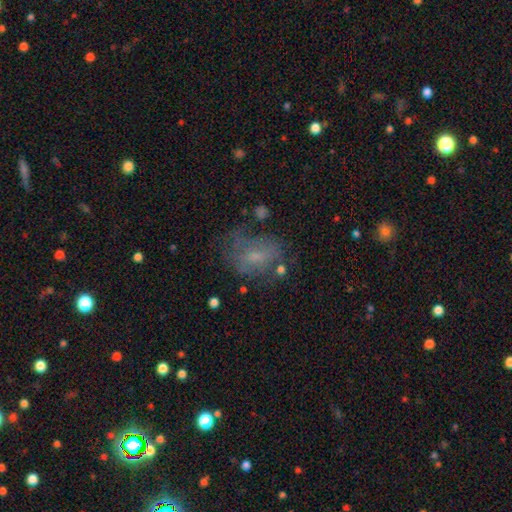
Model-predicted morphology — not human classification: Q: Smooth or featured?
A: smooth (47%); runner-up: featured or disk (38%)
Q: Merging?
A: none (50%); runner-up: minor disturbance (24%)